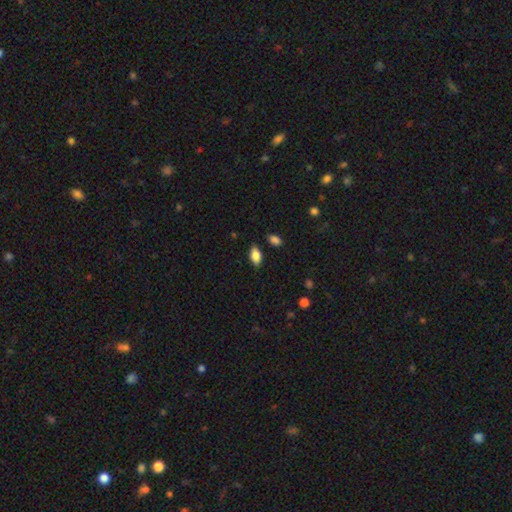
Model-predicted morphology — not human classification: smooth-or-featured: smooth: 84% | featured or disk: 8% | star or artifact: 8%
  how-rounded: in between: 91% | cigar-shaped: 5% | round: 4%
  merging: none: 83% | minor disturbance: 12% | major disturbance: 3% | merger: 2%